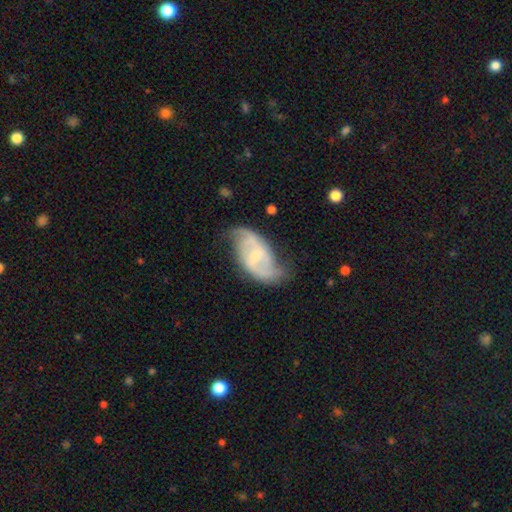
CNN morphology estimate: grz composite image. It shows a featured or disk galaxy (82%) with a weak bar (53%), 2 (85%) medium (44%) spiral arms (93%) and a small central bulge (59%). Merging: none (63%).